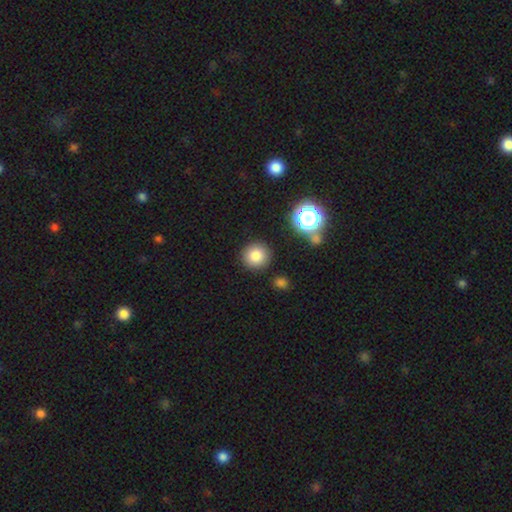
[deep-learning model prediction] Smooth or featured: smooth — 82% (star or artifact — 12%)
How rounded: round — 92% (in between — 7%)
Merging: none — 87% (minor disturbance — 7%)